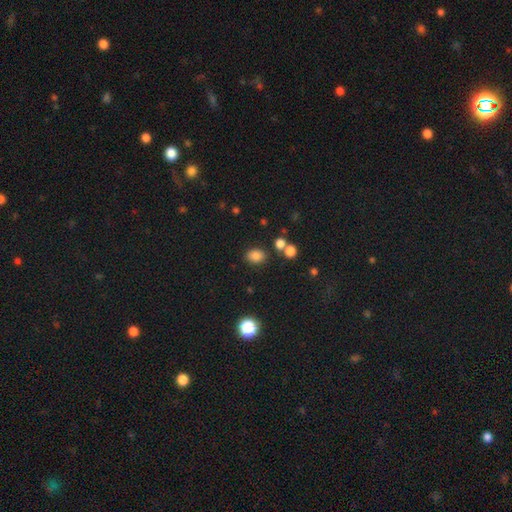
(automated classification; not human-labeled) This is clearly a smooth galaxy (82%). How rounded: likely in between (64%). Merging: likely none (78%).